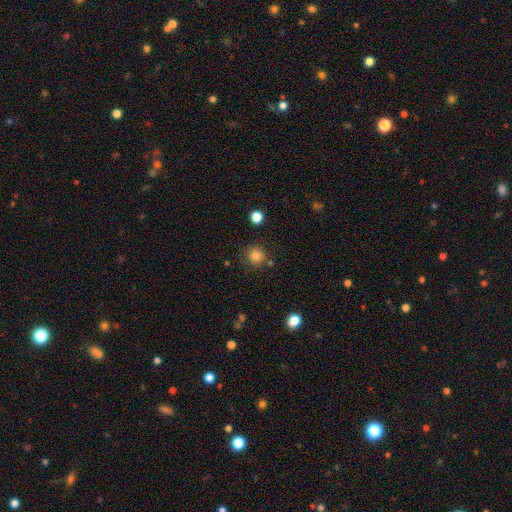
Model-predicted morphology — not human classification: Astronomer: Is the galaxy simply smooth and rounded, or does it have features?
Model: smooth — 82%.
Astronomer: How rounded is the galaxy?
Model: round — 93%.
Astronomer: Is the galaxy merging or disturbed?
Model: none — 82%.